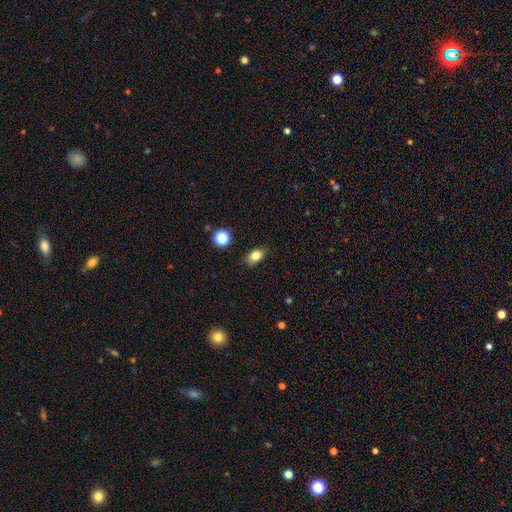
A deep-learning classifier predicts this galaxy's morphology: Smooth or featured?
  - smooth: 81% *
  - star or artifact: 10%
  - featured or disk: 9%
How rounded?
  - in between: 81% *
  - round: 16%
  - cigar-shaped: 2%
Merging?
  - none: 84% *
  - minor disturbance: 12%
  - major disturbance: 2%
  - merger: 2%